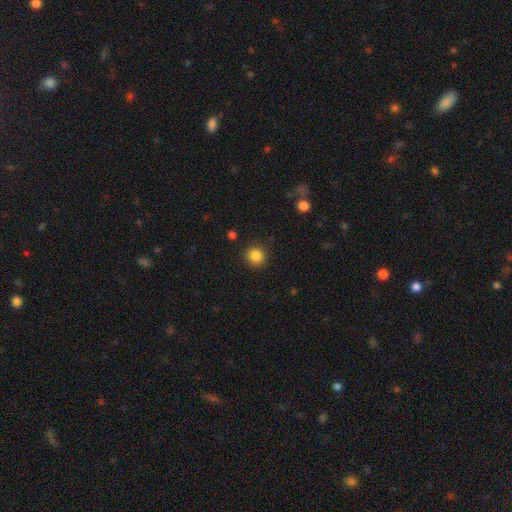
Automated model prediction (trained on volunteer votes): This appears to be a smooth galaxy with no disk features (85%) that is round (93%). Merging: none (91%).